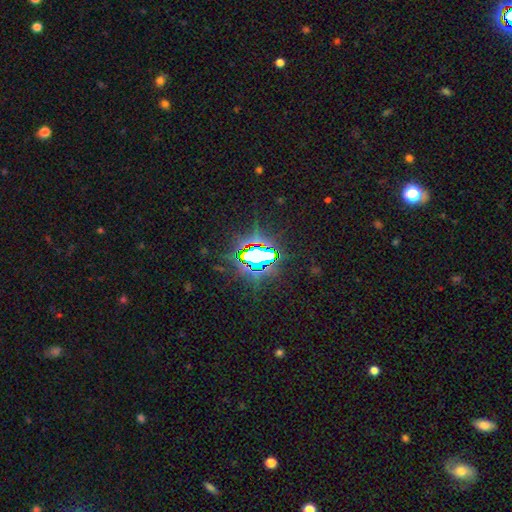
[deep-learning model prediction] Smooth or featured?
  - star or artifact: 77% *
  - smooth: 12%
  - featured or disk: 10%